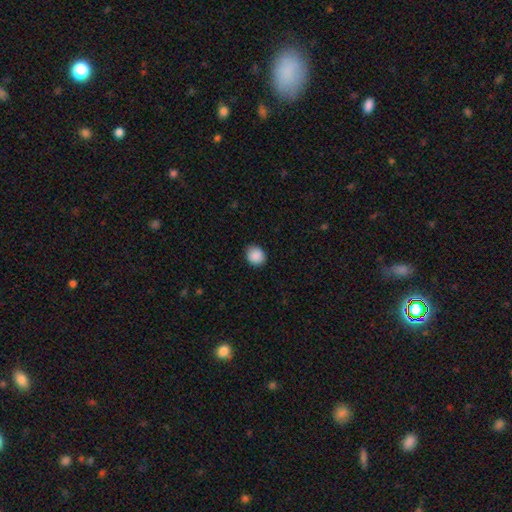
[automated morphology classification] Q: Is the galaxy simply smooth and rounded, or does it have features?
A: smooth — 89%.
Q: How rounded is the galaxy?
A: round — 73%.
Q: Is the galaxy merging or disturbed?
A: none — 86%.